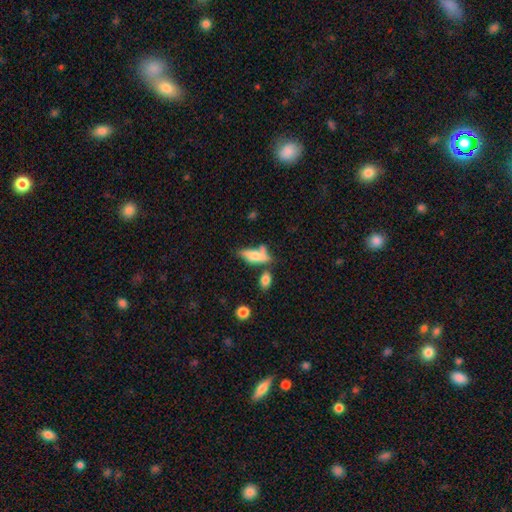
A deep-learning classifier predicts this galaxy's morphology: This is likely a smooth galaxy (63%). How rounded: likely in between (64%). Merging: marginally none (38%).